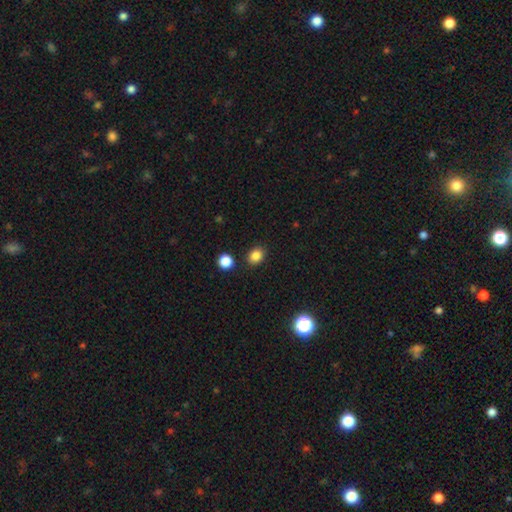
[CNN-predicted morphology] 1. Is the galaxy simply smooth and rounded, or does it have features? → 84% smooth, 12% star or artifact, 4% featured or disk.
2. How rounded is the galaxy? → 55% round, 44% in between, 1% cigar-shaped.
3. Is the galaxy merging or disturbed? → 86% none, 8% minor disturbance, 4% merger, 2% major disturbance.